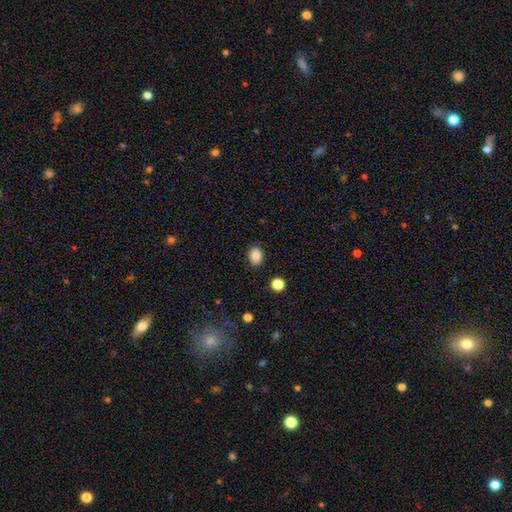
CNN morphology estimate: Overall: smooth (86%). How rounded: in between (63%; round 36%). Merging: none (87%).